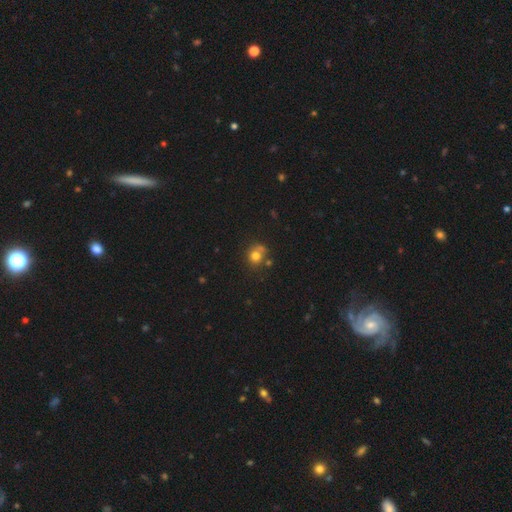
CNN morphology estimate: Overall: smooth (75%). How rounded: round (79%). Merging: none (54%; merger 22%).